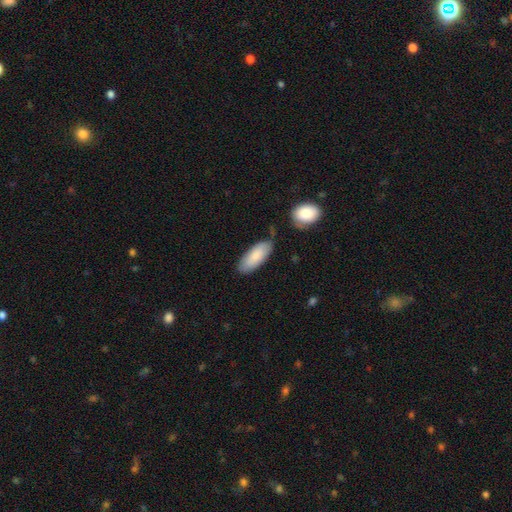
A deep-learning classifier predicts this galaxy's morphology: smooth 84%, featured or disk 11%, star or artifact 5%. Down the decision tree: how rounded — in between (77%); merging — none (76%).